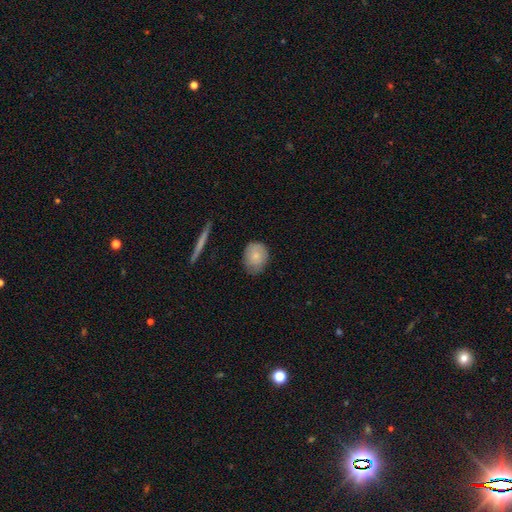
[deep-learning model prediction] The model was most divided on "how rounded": round: 53%, in between: 46%, cigar-shaped: 2%. More confident: smooth or featured — smooth (76%); merging — none (71%).